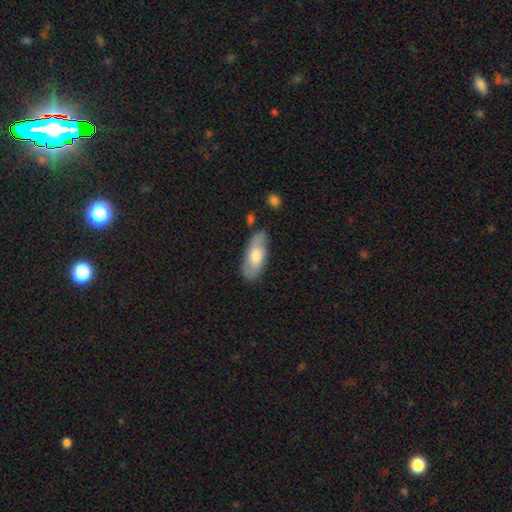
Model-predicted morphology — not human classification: type=smooth (69%); roundness=in between (81%); merging=none (78%).